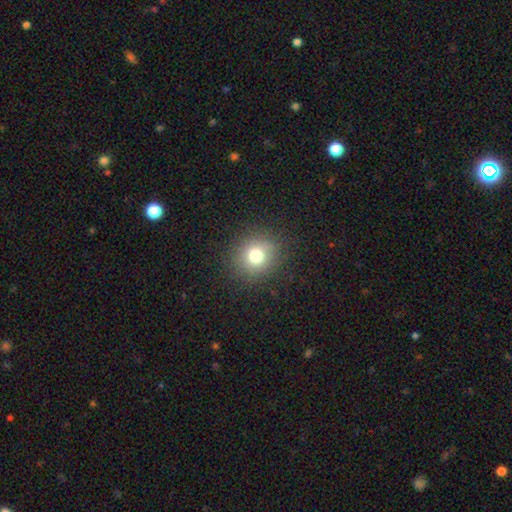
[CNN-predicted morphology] Smooth or featured? Predicted: smooth (p=0.76). How rounded? Predicted: round (p=0.84). Merging? Predicted: none (p=0.87).